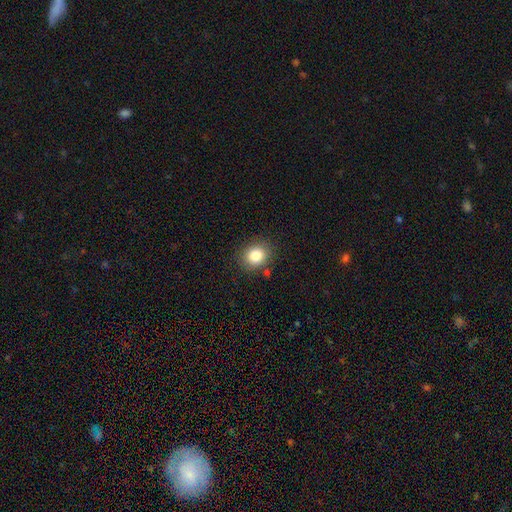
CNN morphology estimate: smooth_or_featured: smooth (p=0.83) [alt: star or artifact p=0.10]
how_rounded: round (p=0.65) [alt: in between p=0.34]
merging: none (p=0.84) [alt: minor disturbance p=0.10]